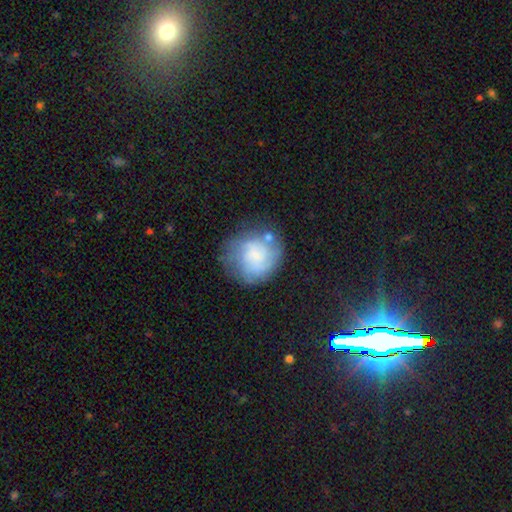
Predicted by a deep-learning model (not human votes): Smooth or featured: featured or disk — 53% (smooth — 38%)
Edge-on disk: no — 98% (yes — 2%)
Bar: no — 68% (weak — 28%)
Spiral arms: yes — 76% (no — 24%)
Bulge size: small — 62% (none — 17%)
Merging: none — 60% (minor disturbance — 21%)